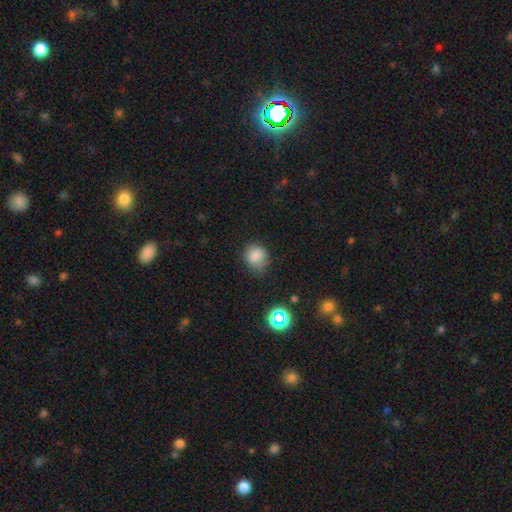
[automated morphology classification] This is clearly a smooth galaxy (81%). How rounded: likely round (76%). Merging: likely none (68%).